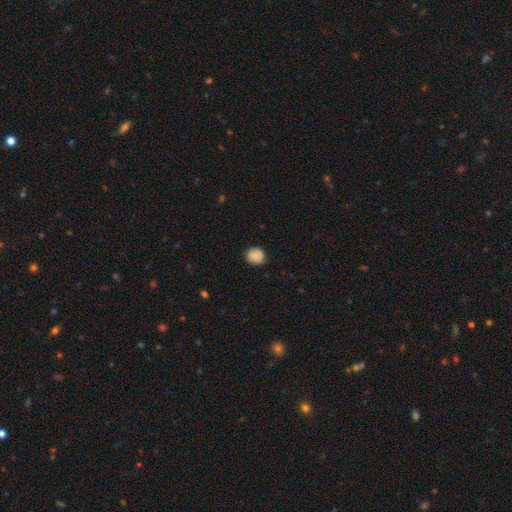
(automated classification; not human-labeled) Smooth or featured: smooth — 87% (star or artifact — 8%)
How rounded: round — 80% (in between — 19%)
Merging: none — 84% (minor disturbance — 12%)